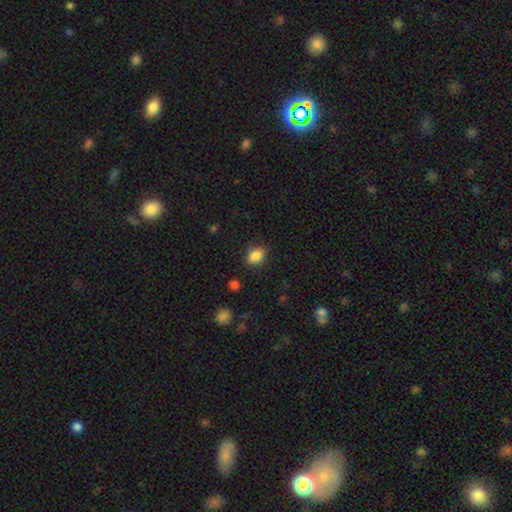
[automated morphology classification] Smooth or featured: smooth — 84% (star or artifact — 9%)
How rounded: in between — 76% (round — 22%)
Merging: none — 84% (minor disturbance — 12%)